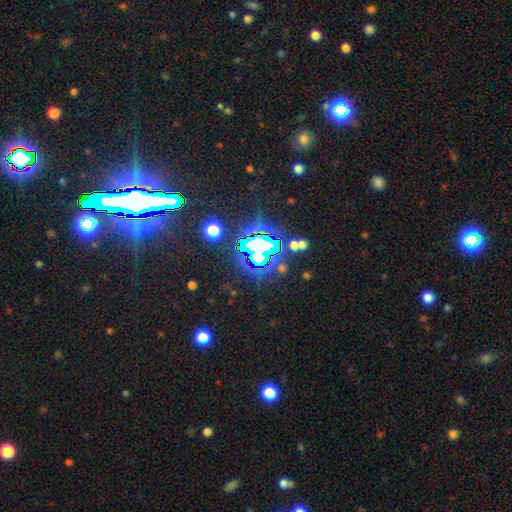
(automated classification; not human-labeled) This appears to be a star or artifact, not a galaxy (82%).